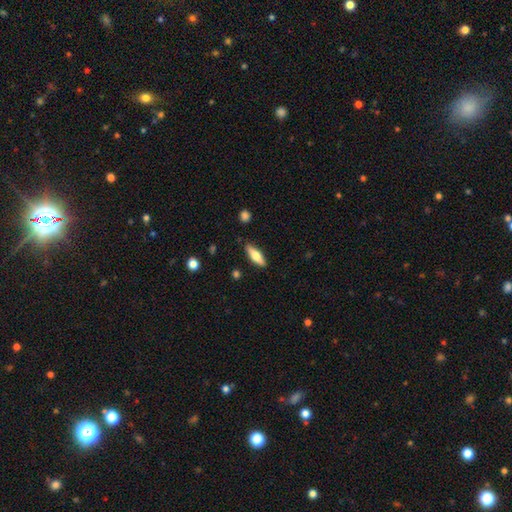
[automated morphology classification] smooth-or-featured: smooth: 61% | featured or disk: 33% | star or artifact: 6%
  how-rounded: in between: 50% | cigar-shaped: 47% | round: 2%
  merging: none: 86% | minor disturbance: 10% | major disturbance: 2% | merger: 2%